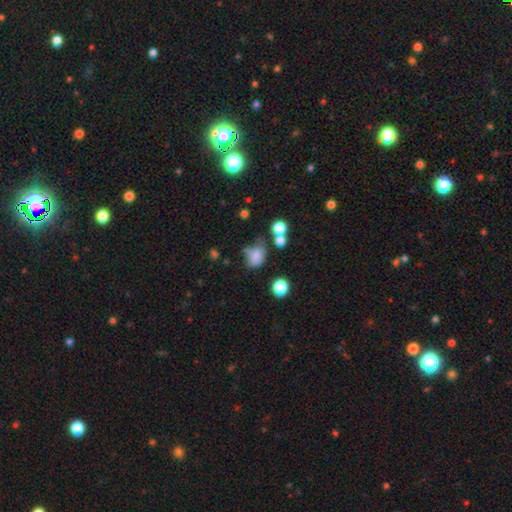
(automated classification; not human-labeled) A smooth galaxy with no disk features (74%) that is in between round and cigar-shaped (58%).

Vote fractions:
- Smooth or featured? smooth: 74% / star or artifact: 14% / featured or disk: 12%
- How rounded? in between: 58% / round: 41% / cigar-shaped: 1%
- Merging? none: 33% / minor disturbance: 31% / major disturbance: 22% / merger: 14%